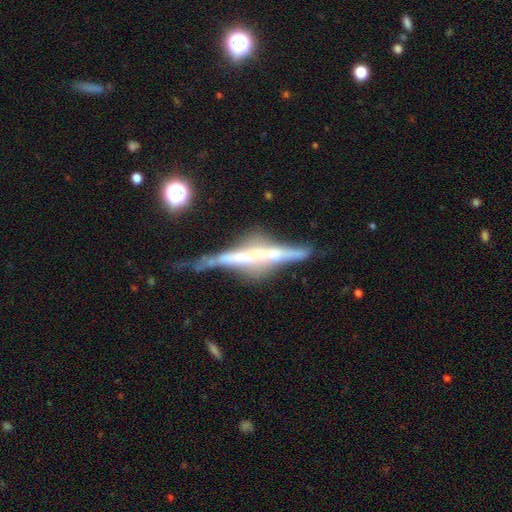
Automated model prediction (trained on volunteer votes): Smooth or featured? featured or disk (76%)
Edge-on disk? yes (92%)
Edge-on bulge? none (39%)
Merging? none (51%)